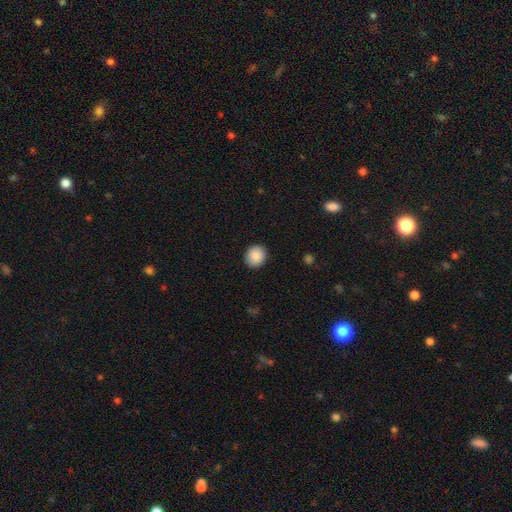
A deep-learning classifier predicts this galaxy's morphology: smooth-or-featured: smooth: 90% | star or artifact: 7% | featured or disk: 3%
  how-rounded: round: 71% | in between: 28% | cigar-shaped: 1%
  merging: none: 90% | minor disturbance: 7% | major disturbance: 2% | merger: 1%